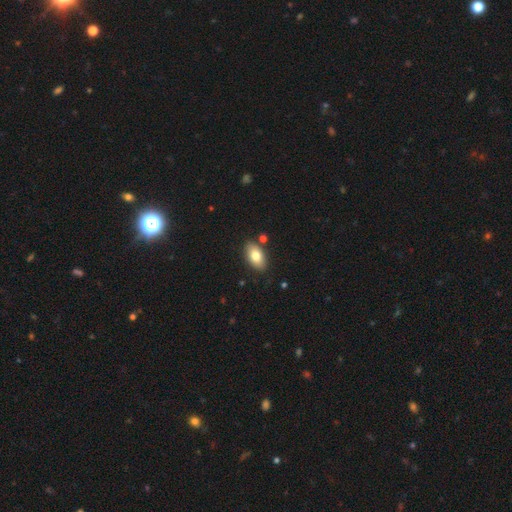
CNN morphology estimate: type=smooth (79%); roundness=in between (93%); merging=none (84%).